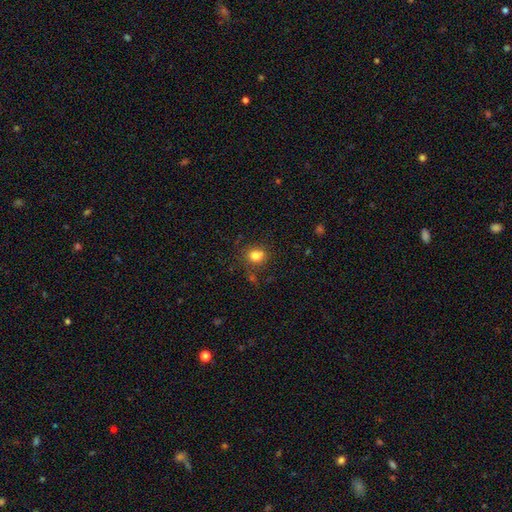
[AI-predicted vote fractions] A smooth galaxy with no disk features (80%) that is round (72%).

Vote fractions:
- Smooth or featured? smooth: 80% / star or artifact: 13% / featured or disk: 7%
- How rounded? round: 72% / in between: 27% / cigar-shaped: 1%
- Merging? none: 70% / minor disturbance: 16% / merger: 9% / major disturbance: 5%